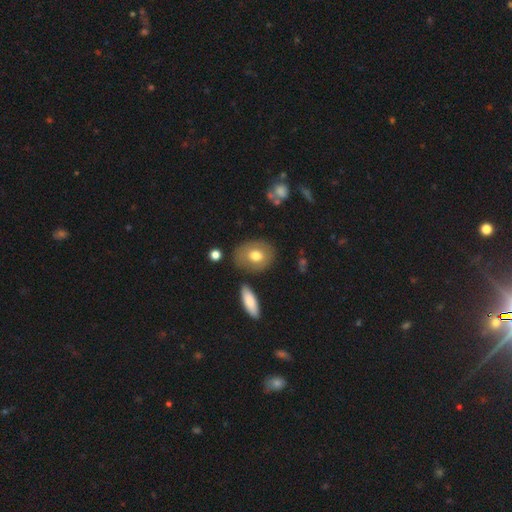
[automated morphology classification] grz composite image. It shows a smooth galaxy with no disk features (68%) that is in between round and cigar-shaped (62%). Merging: none (78%).